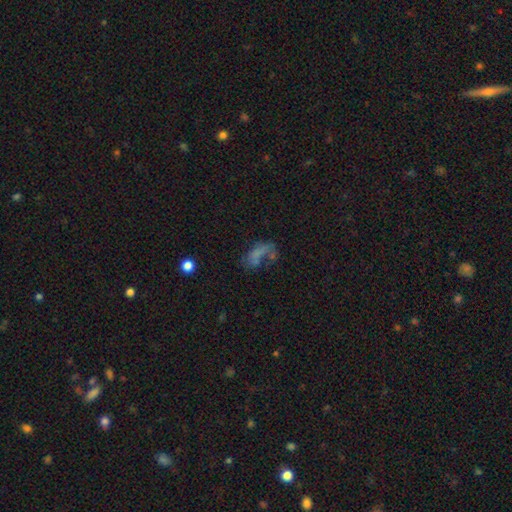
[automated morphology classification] A smooth galaxy with no disk features (47%). Merging: major disturbance (33%).